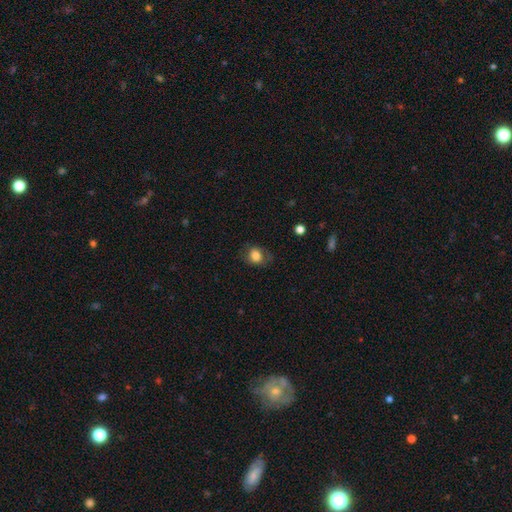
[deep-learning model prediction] Smooth or featured? smooth (76%)
How rounded? round (50%)
Merging? none (69%)